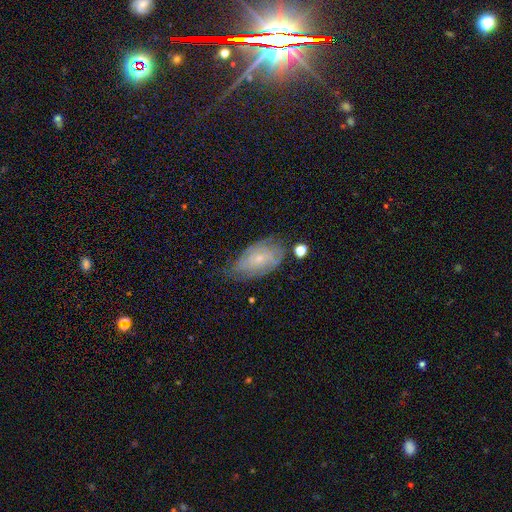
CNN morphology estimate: This is marginally a featured or disk galaxy (41%). Merging: likely none (67%).